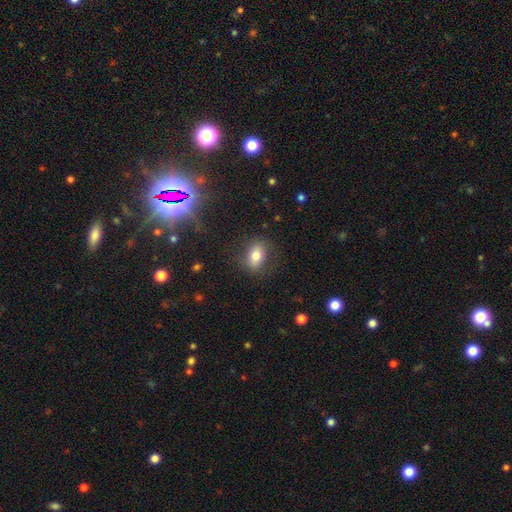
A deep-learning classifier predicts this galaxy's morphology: A smooth galaxy with no disk features (75%) that is in between round and cigar-shaped (79%). Merging: none (80%).